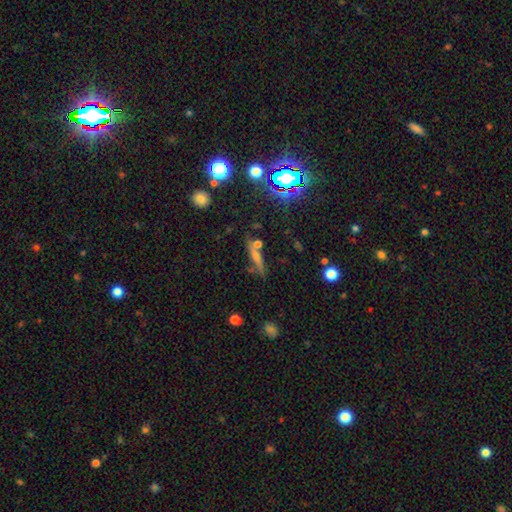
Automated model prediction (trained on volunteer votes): This appears to be a featured or disk galaxy (35%). Merging: none (61%).